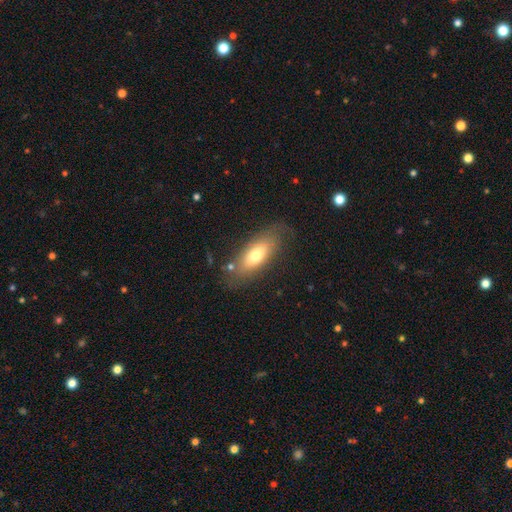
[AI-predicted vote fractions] This appears to be a smooth galaxy with no disk features (66%) that is in between round and cigar-shaped (77%). Merging: none (72%).